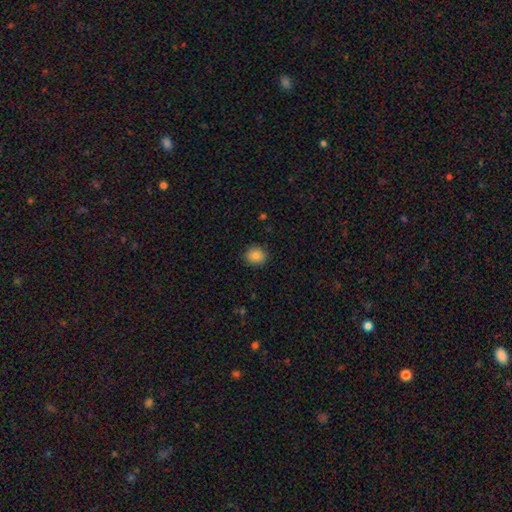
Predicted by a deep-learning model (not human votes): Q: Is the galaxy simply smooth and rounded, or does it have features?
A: smooth — 85%.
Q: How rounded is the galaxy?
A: round — 82%.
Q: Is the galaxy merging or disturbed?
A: none — 90%.